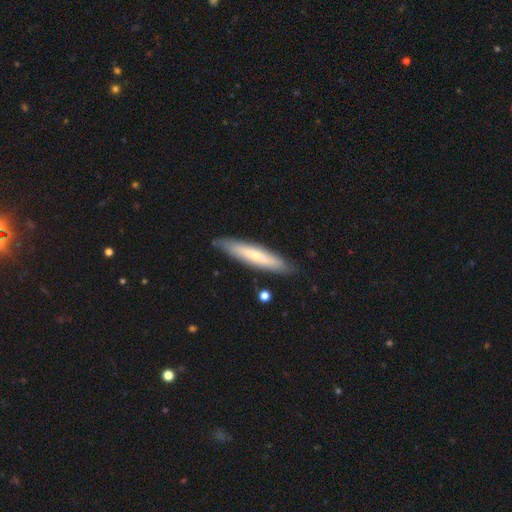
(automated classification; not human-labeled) Morphology: type=smooth (59%); roundness=cigar-shaped (89%); merging=none (86%).